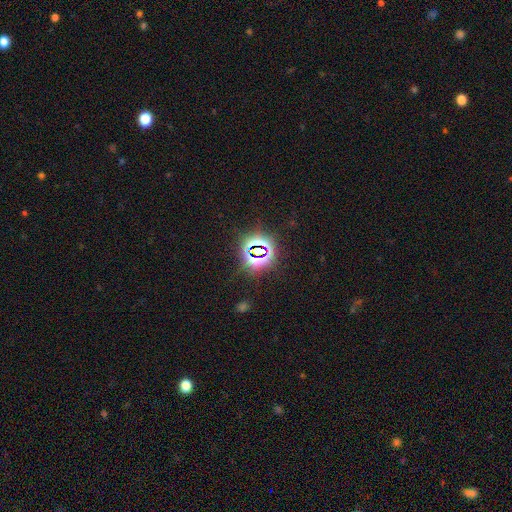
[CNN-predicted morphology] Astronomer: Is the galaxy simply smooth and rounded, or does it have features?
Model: star or artifact — 78%.